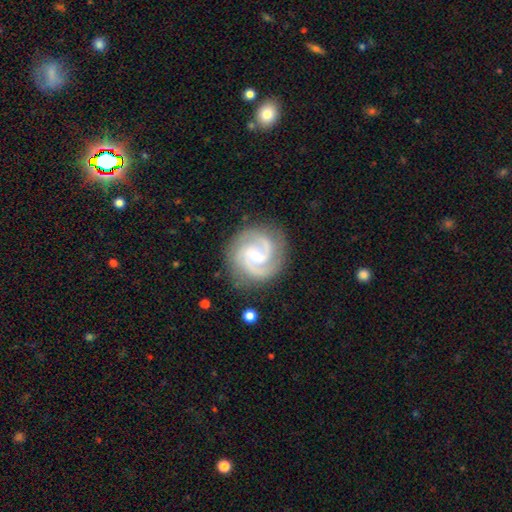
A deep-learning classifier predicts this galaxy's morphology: Smooth or featured: featured or disk — 91% (smooth — 5%)
Edge-on disk: no — 98% (yes — 2%)
Bar: no — 50% (weak — 40%)
Spiral arms: yes — 98% (no — 2%)
Spiral winding: medium — 48% (tight — 44%)
Spiral arm count: 2 — 52% (3 — 35%)
Bulge size: moderate — 51% (small — 45%)
Merging: none — 84% (minor disturbance — 11%)